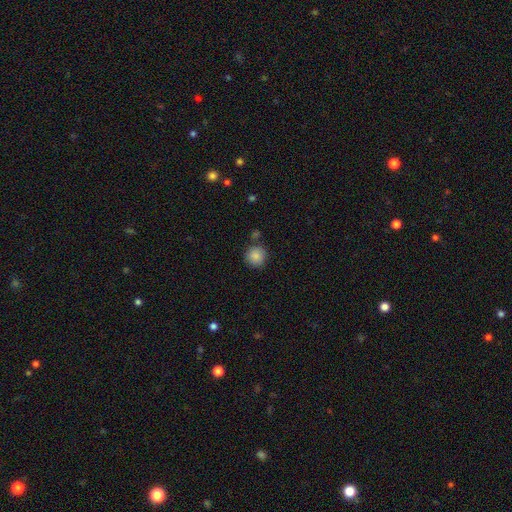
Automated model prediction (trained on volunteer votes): smooth-or-featured: smooth: 87% | star or artifact: 9% | featured or disk: 5%
  how-rounded: round: 93% | in between: 6% | cigar-shaped: 1%
  merging: none: 81% | minor disturbance: 10% | merger: 6% | major disturbance: 3%